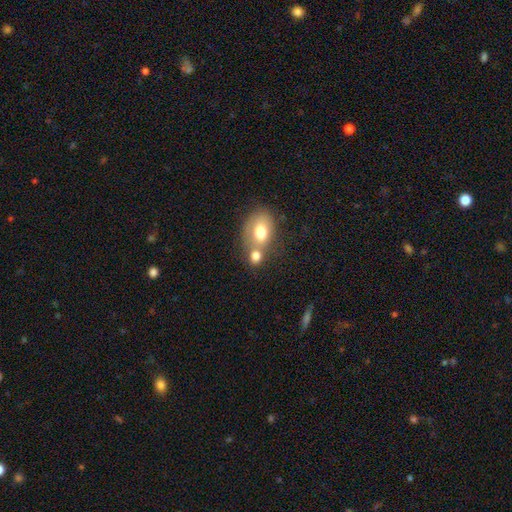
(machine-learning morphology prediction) Smooth or featured: smooth — 75% (featured or disk — 16%)
How rounded: in between — 54% (round — 45%)
Merging: merger — 49% (none — 36%)